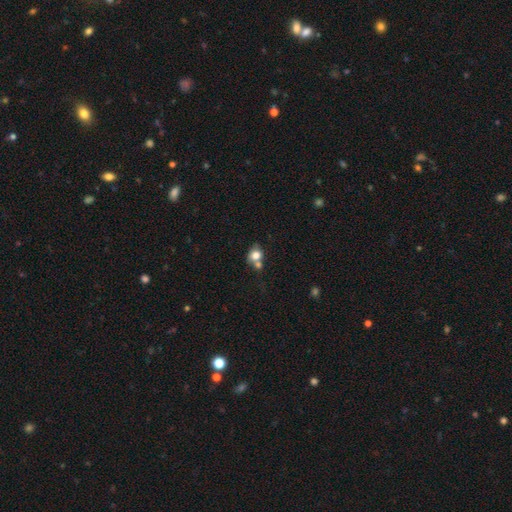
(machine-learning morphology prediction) This appears to be a smooth galaxy with no disk features (76%) that is round (65%). Merging: merger (45%).